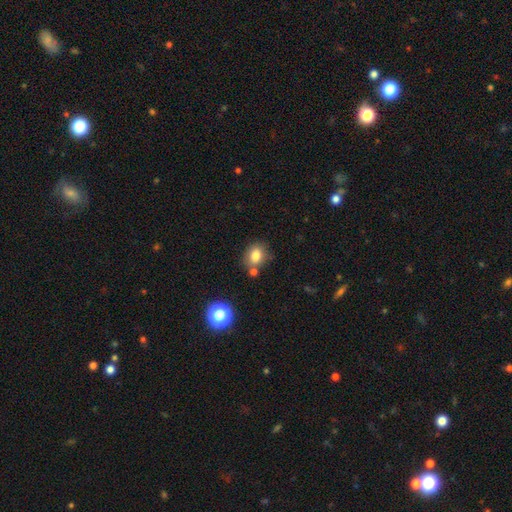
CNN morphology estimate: Smooth or featured? Predicted: smooth (p=0.81). How rounded? Predicted: round (p=0.52). Merging? Predicted: none (p=0.68).